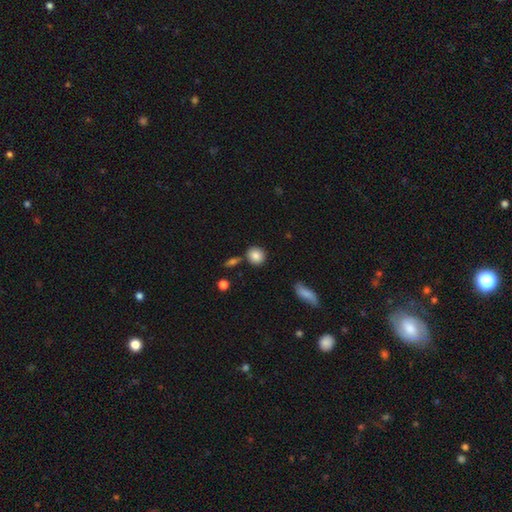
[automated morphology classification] This appears to be a smooth galaxy with no disk features (85%) that is round (86%). Merging: none (80%).